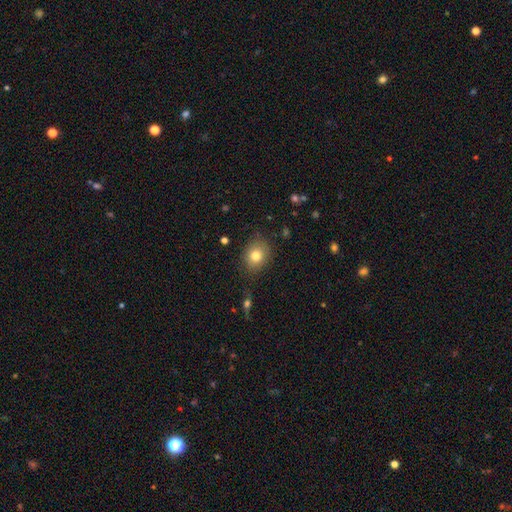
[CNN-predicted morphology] This appears to be a smooth galaxy with no disk features (80%) that is round (56%). Merging: none (82%).